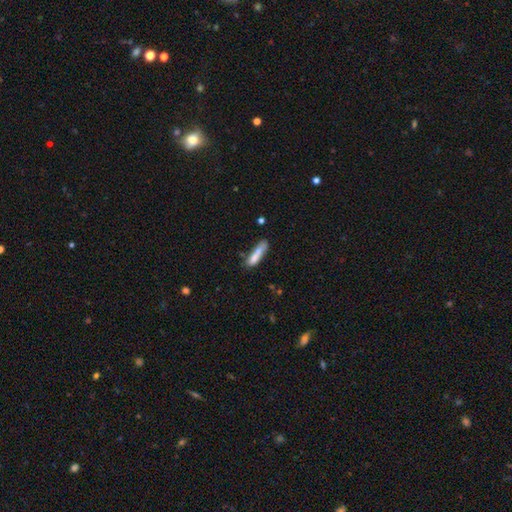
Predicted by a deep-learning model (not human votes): smooth 74%, featured or disk 18%, star or artifact 7%. Down the decision tree: how rounded — cigar-shaped (77%); merging — none (50%).